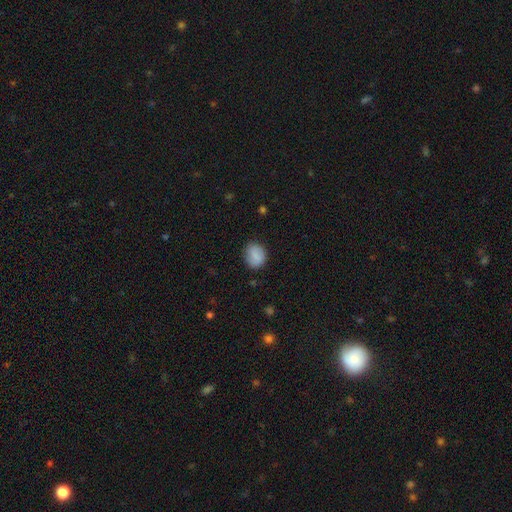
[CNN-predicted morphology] smooth 80%, featured or disk 12%, star or artifact 8%. Down the decision tree: how rounded — round (61%); merging — none (81%).